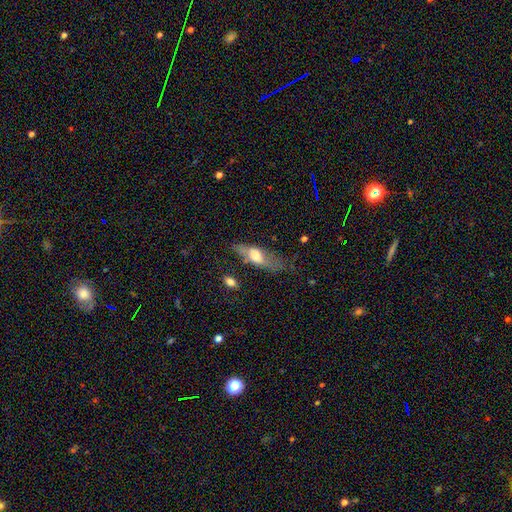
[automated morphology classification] Q: Smooth or featured?
A: smooth (55%); runner-up: featured or disk (38%)
Q: How rounded?
A: in between (57%); runner-up: cigar-shaped (40%)
Q: Merging?
A: none (47%); runner-up: minor disturbance (29%)